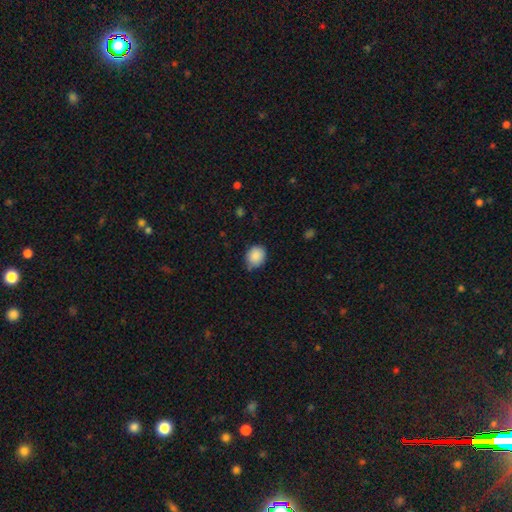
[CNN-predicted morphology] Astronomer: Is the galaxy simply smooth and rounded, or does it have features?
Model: smooth — 88%.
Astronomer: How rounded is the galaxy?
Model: round — 64%.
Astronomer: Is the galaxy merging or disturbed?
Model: none — 74%.